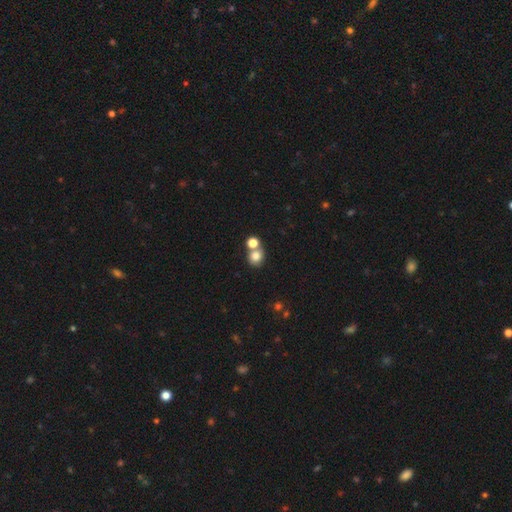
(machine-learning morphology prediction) smooth 80%, star or artifact 12%, featured or disk 9%. Down the decision tree: how rounded — round (79%); merging — none (49%).